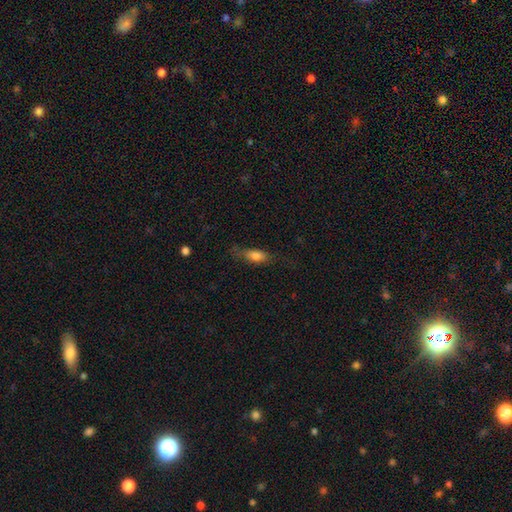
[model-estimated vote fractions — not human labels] Smooth or featured?
  - smooth: 77% *
  - featured or disk: 14%
  - star or artifact: 8%
How rounded?
  - in between: 72% *
  - cigar-shaped: 25%
  - round: 4%
Merging?
  - none: 63% *
  - minor disturbance: 25%
  - major disturbance: 11%
  - merger: 2%